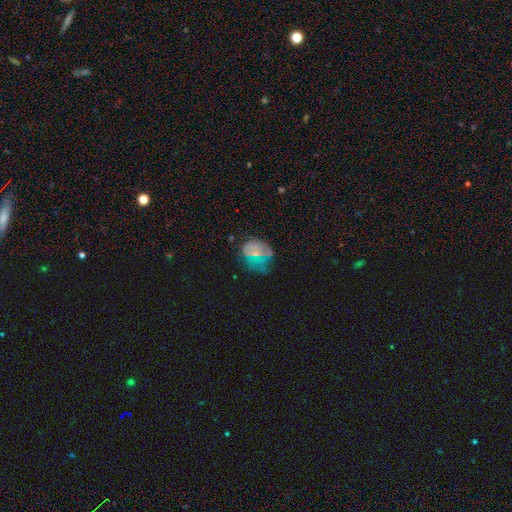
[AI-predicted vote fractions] Smooth or featured? Predicted: smooth (p=0.44). Merging? Predicted: none (p=0.51).